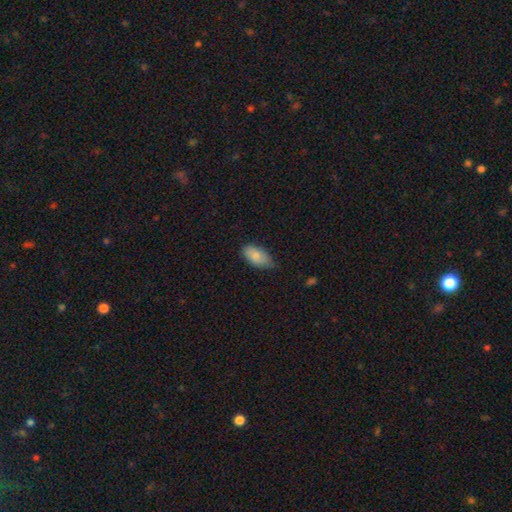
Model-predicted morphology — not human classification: Overall: smooth (83%). How rounded: in between (93%). Merging: none (64%; minor disturbance 30%).